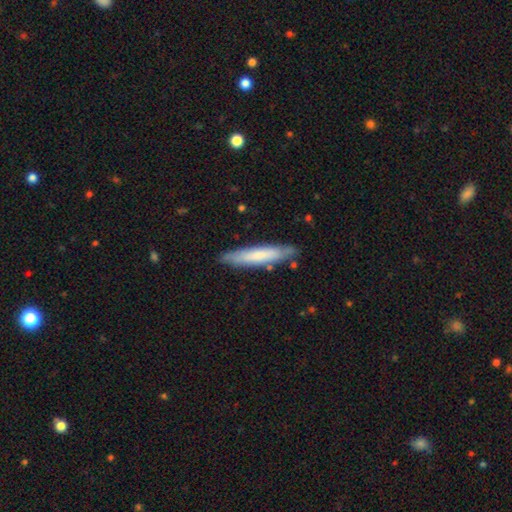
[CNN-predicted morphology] Smooth or featured?
  - smooth: 67% *
  - featured or disk: 28%
  - star or artifact: 6%
How rounded?
  - cigar-shaped: 90% *
  - in between: 9%
  - round: 1%
Merging?
  - none: 85% *
  - minor disturbance: 12%
  - major disturbance: 2%
  - merger: 2%